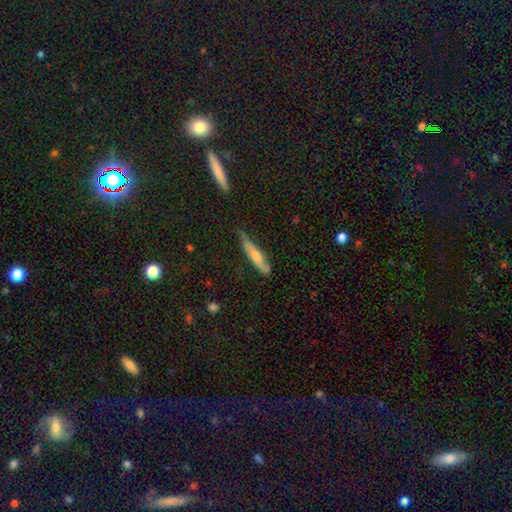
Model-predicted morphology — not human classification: smooth 51%, featured or disk 43%, star or artifact 7%. Down the decision tree: how rounded — cigar-shaped (88%); merging — none (67%).